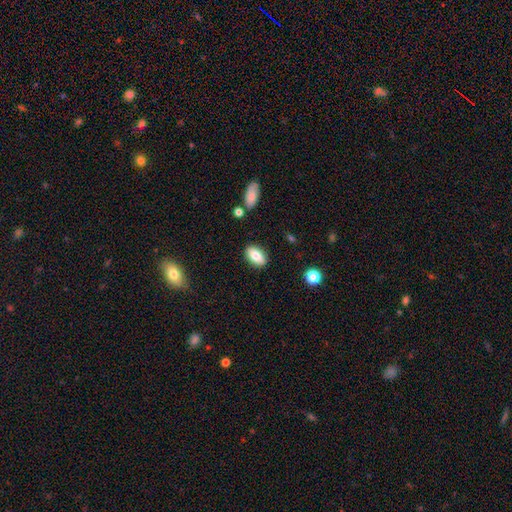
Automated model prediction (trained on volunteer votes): smooth 79%, featured or disk 14%, star or artifact 8%. Down the decision tree: how rounded — in between (88%); merging — none (87%).